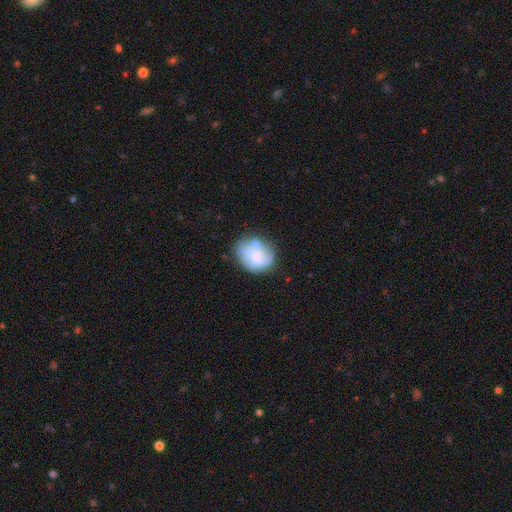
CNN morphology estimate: type=smooth (50%); roundness=round (51%); merging=none (56%).